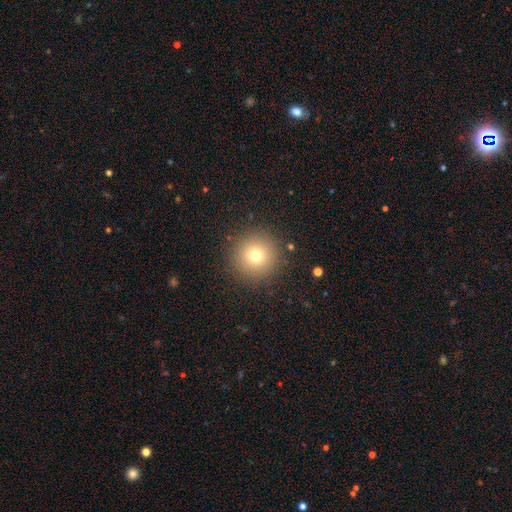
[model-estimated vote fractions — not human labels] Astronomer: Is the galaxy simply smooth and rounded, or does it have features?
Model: smooth — 74%.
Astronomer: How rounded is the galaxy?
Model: round — 96%.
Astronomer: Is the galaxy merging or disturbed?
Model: none — 90%.